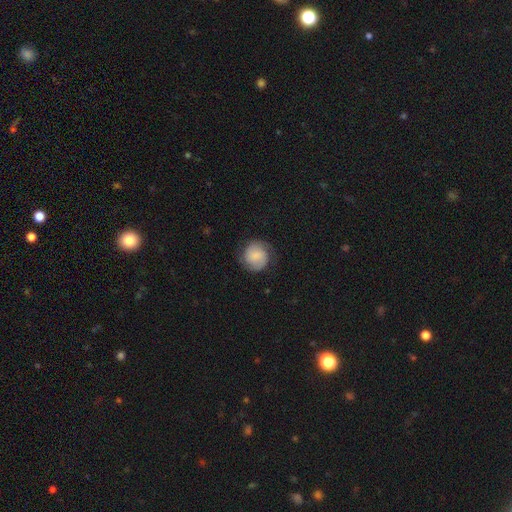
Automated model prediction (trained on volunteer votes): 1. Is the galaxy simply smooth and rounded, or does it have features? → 58% smooth, 33% featured or disk, 8% star or artifact.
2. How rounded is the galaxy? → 87% round, 12% in between, 1% cigar-shaped.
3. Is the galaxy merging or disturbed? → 75% none, 17% minor disturbance, 8% major disturbance, 1% merger.